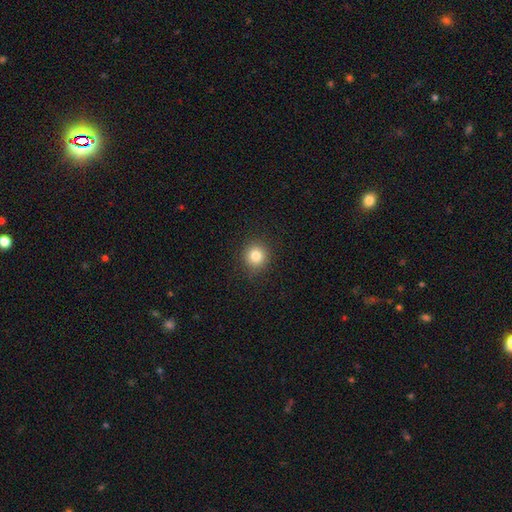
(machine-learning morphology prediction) Q: Smooth or featured?
A: smooth (82%); runner-up: star or artifact (12%)
Q: How rounded?
A: round (92%); runner-up: in between (8%)
Q: Merging?
A: none (90%); runner-up: minor disturbance (7%)